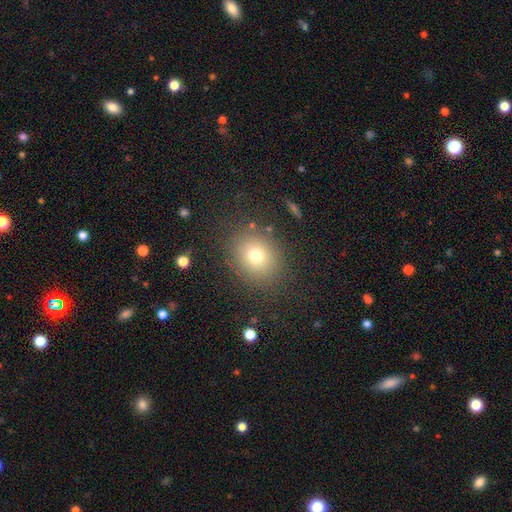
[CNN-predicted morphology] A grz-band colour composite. It shows a smooth galaxy with no disk features (73%) that is round (69%). Merging: none (84%).